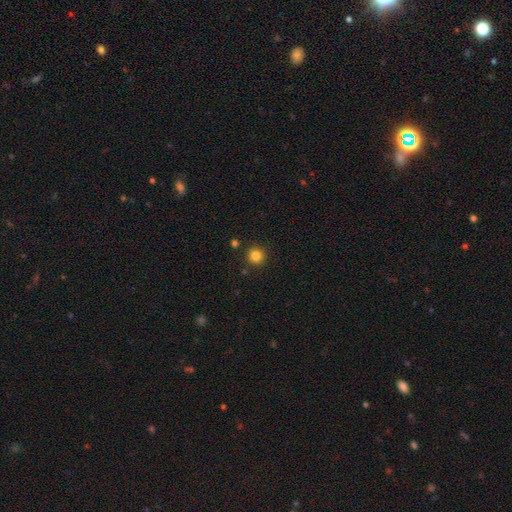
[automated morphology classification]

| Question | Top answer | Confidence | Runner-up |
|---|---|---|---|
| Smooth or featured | smooth | 83% | star or artifact (13%) |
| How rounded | round | 95% | in between (4%) |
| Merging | none | 90% | minor disturbance (6%) |